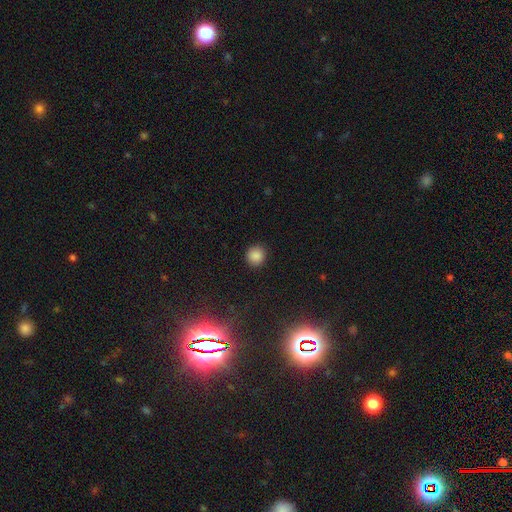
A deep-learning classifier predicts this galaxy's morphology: A smooth galaxy with no disk features (86%) that is round (92%).

Vote fractions:
- Smooth or featured? smooth: 86% / star or artifact: 11% / featured or disk: 3%
- How rounded? round: 92% / in between: 7% / cigar-shaped: 1%
- Merging? none: 90% / minor disturbance: 6% / major disturbance: 2% / merger: 1%